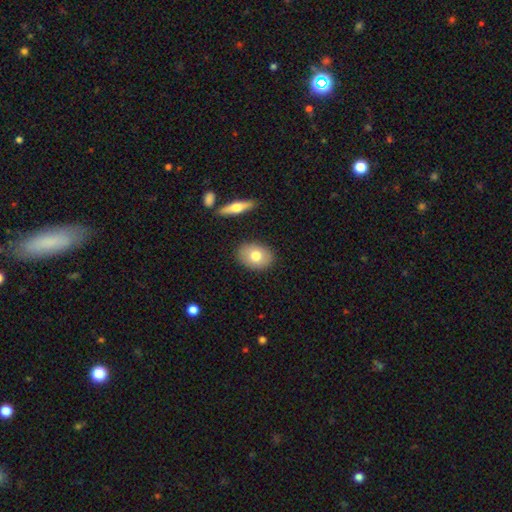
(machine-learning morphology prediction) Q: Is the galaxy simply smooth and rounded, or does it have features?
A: smooth — 73%.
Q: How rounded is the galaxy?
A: in between — 76%.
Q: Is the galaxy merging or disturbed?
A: none — 86%.